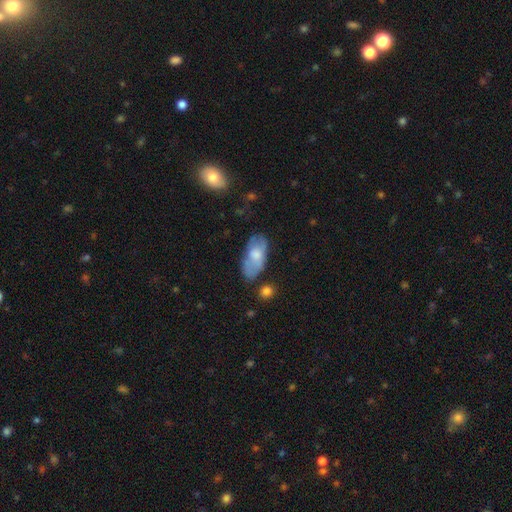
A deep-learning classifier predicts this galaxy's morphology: Smooth or featured? Predicted: smooth (p=0.61). How rounded? Predicted: in between (p=0.92). Merging? Predicted: none (p=0.58).